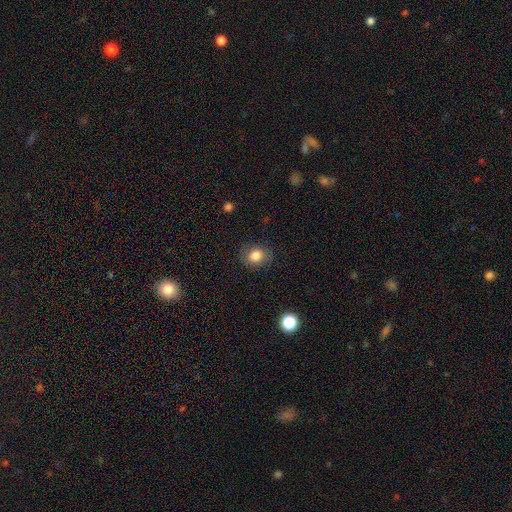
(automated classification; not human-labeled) smooth 82%, star or artifact 10%, featured or disk 8%. Down the decision tree: how rounded — round (60%); merging — none (84%).